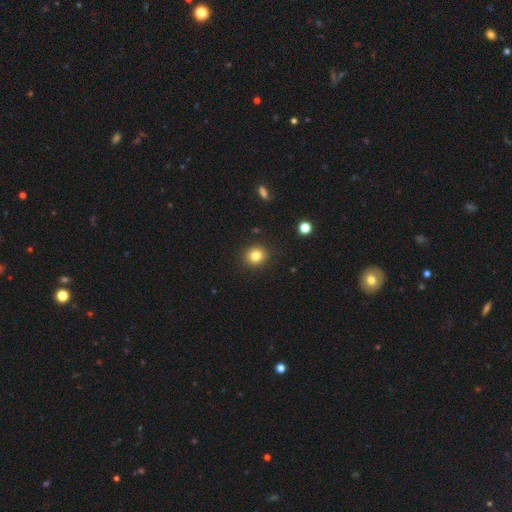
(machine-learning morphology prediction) smooth_or_featured: smooth (p=0.82) [alt: star or artifact p=0.12]
how_rounded: round (p=0.87) [alt: in between p=0.12]
merging: none (p=0.91) [alt: minor disturbance p=0.06]